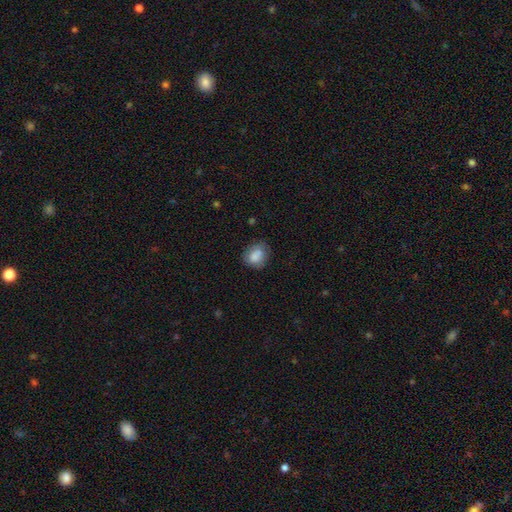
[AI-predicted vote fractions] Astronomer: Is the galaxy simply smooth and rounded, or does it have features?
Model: smooth — 81%.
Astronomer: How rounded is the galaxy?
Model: round — 52% (runner-up: in between, 47%).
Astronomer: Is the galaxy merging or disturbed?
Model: none — 65%.